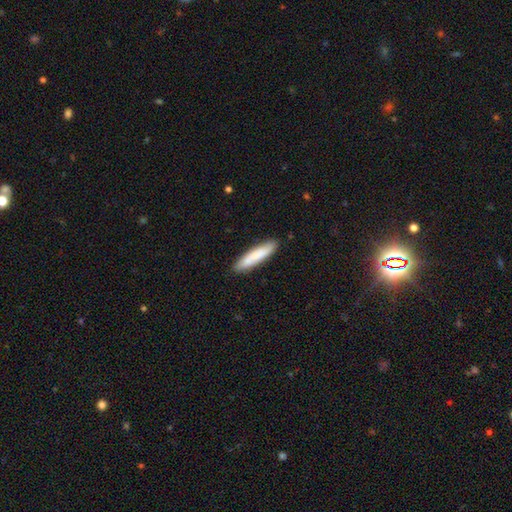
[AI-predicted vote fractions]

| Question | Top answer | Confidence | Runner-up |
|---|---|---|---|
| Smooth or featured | smooth | 79% | featured or disk (15%) |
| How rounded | cigar-shaped | 86% | in between (13%) |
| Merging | none | 88% | minor disturbance (9%) |